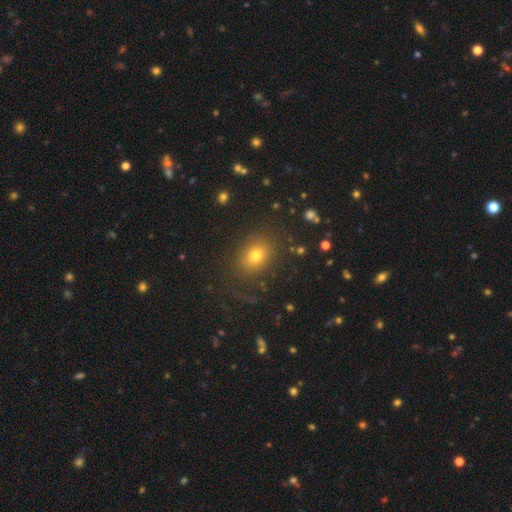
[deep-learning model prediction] Smooth or featured?
  - smooth: 74% *
  - star or artifact: 16%
  - featured or disk: 10%
How rounded?
  - in between: 51% *
  - round: 47%
  - cigar-shaped: 1%
Merging?
  - none: 82% *
  - minor disturbance: 10%
  - major disturbance: 6%
  - merger: 2%